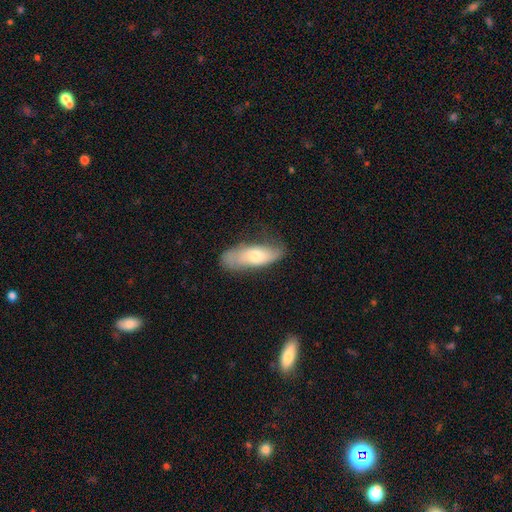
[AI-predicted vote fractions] A smooth galaxy with no disk features (63%) that is in between round and cigar-shaped (62%).

Vote fractions:
- Smooth or featured? smooth: 63% / featured or disk: 31% / star or artifact: 6%
- How rounded? in between: 62% / cigar-shaped: 35% / round: 3%
- Merging? none: 57% / minor disturbance: 30% / major disturbance: 11% / merger: 3%